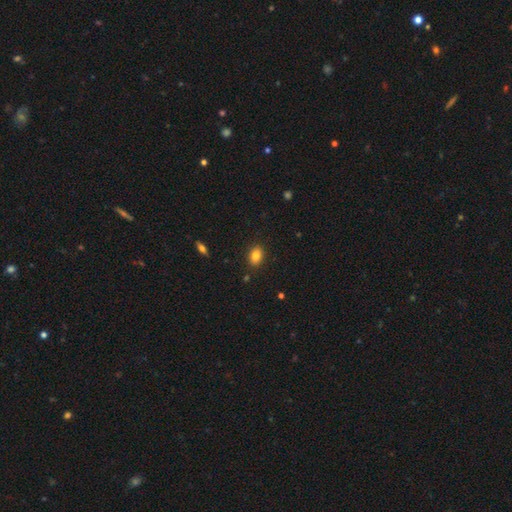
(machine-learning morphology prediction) A smooth galaxy with no disk features (83%) that is in between round and cigar-shaped (82%).

Vote fractions:
- Smooth or featured? smooth: 83% / star or artifact: 9% / featured or disk: 8%
- How rounded? in between: 82% / round: 16% / cigar-shaped: 2%
- Merging? none: 86% / minor disturbance: 9% / major disturbance: 2% / merger: 2%